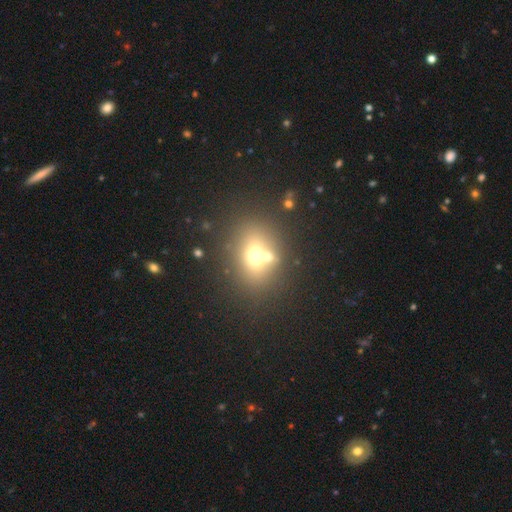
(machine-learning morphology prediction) smooth_or_featured: smooth (p=0.63) [alt: featured or disk p=0.20]
how_rounded: round (p=0.50) [alt: in between p=0.48]
merging: none (p=0.53) [alt: merger p=0.32]